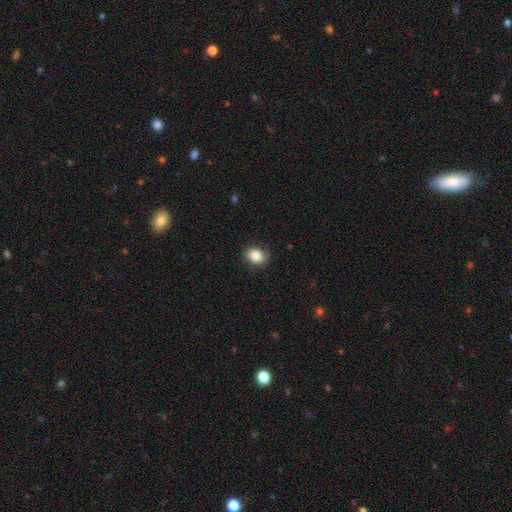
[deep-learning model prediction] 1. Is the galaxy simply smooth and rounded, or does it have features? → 85% smooth, 9% star or artifact, 6% featured or disk.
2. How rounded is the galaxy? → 54% in between, 45% round, 1% cigar-shaped.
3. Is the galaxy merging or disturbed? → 85% none, 11% minor disturbance, 3% major disturbance, 1% merger.